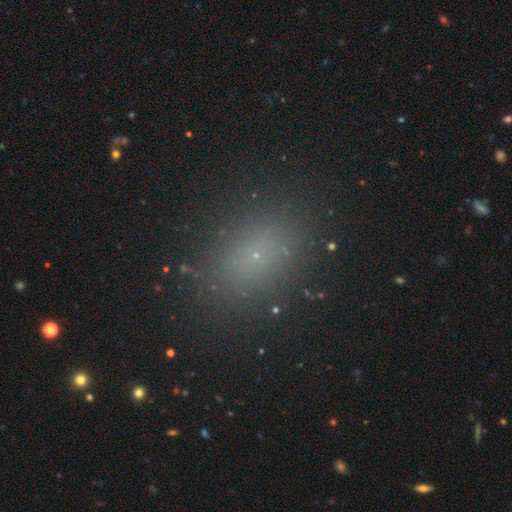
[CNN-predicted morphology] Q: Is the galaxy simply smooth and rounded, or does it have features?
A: smooth — 67%.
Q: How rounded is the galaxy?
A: in between — 75%.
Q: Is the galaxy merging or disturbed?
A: none — 85%.